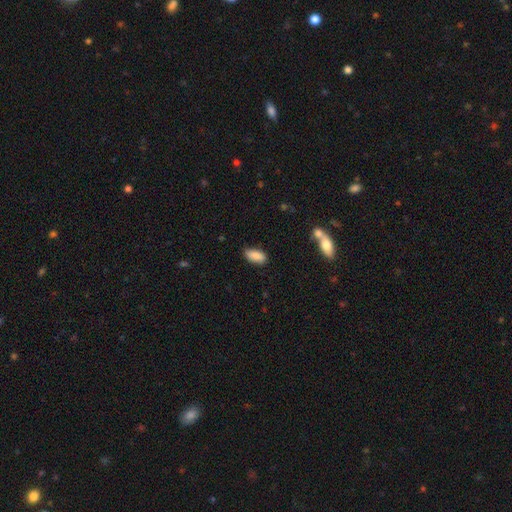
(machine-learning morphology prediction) Q: Smooth or featured?
A: smooth (86%); runner-up: featured or disk (7%)
Q: How rounded?
A: in between (88%); runner-up: cigar-shaped (9%)
Q: Merging?
A: none (81%); runner-up: minor disturbance (14%)